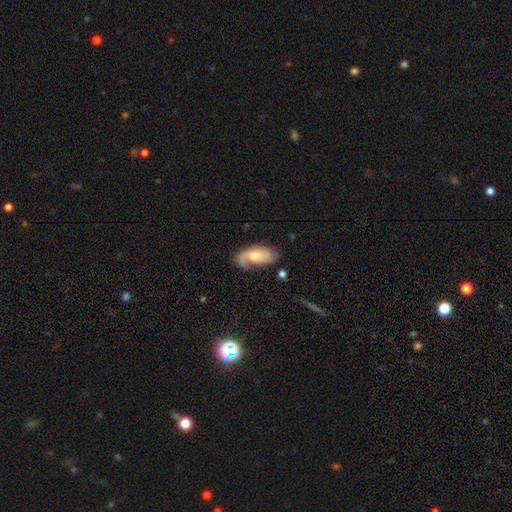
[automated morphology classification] Smooth or featured? featured or disk (55%)
Edge-on disk? no (93%)
Bar? no (67%)
Spiral arms? yes (88%)
Bulge size? moderate (45%)
Merging? none (56%)